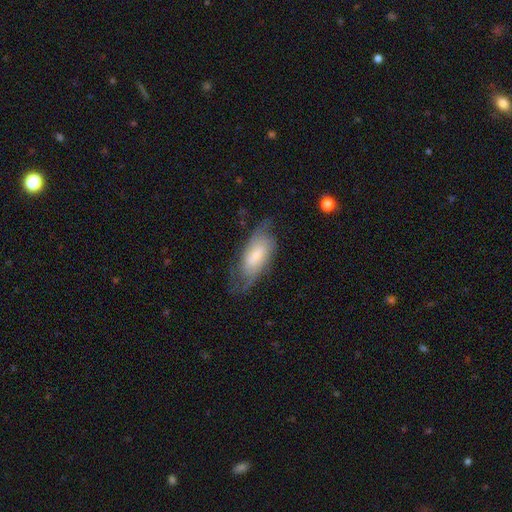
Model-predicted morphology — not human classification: This appears to be a featured or disk galaxy (61%) with a weak bar (44%), spiral arms (86%) and a small central bulge (46%). Merging: none (60%).